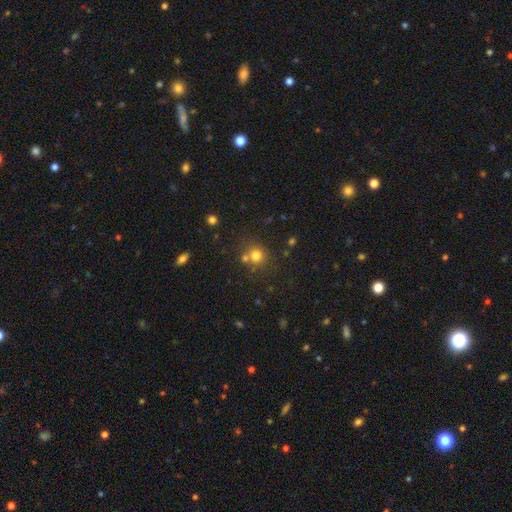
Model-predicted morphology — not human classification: A smooth galaxy with no disk features (77%) that is round (88%).

Vote fractions:
- Smooth or featured? smooth: 77% / star or artifact: 15% / featured or disk: 8%
- How rounded? round: 88% / in between: 11% / cigar-shaped: 1%
- Merging? none: 66% / merger: 21% / minor disturbance: 9% / major disturbance: 4%